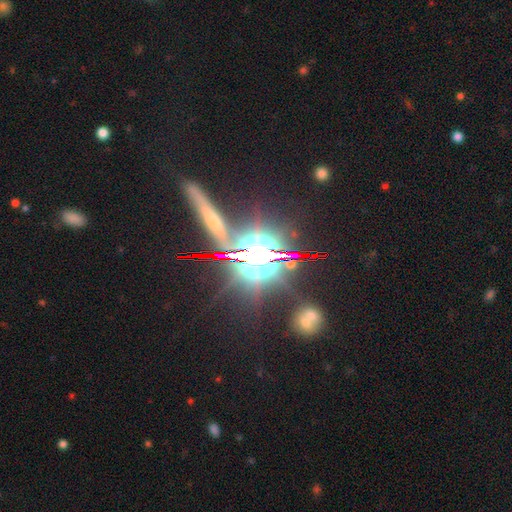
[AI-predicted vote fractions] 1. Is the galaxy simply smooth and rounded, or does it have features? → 67% star or artifact, 19% featured or disk, 14% smooth.